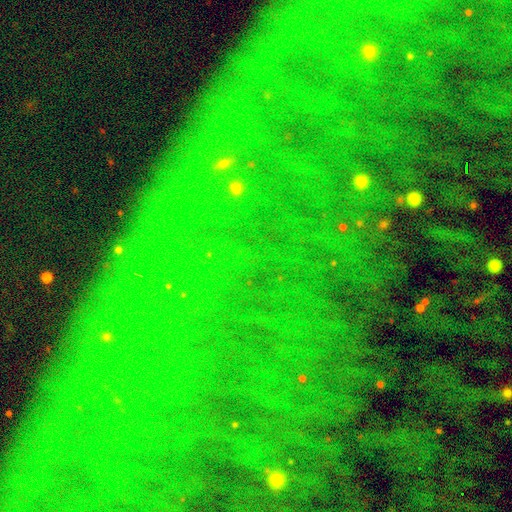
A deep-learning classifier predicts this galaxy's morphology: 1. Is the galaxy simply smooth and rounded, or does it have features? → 81% star or artifact, 11% smooth, 9% featured or disk.